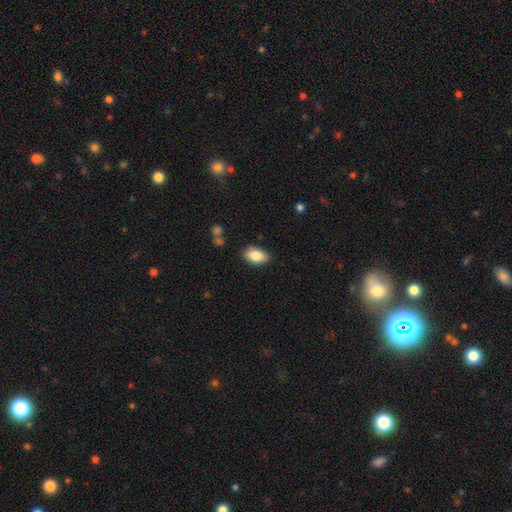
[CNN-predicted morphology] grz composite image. It shows a smooth galaxy with no disk features (84%) that is in between round and cigar-shaped (92%). Merging: none (85%).